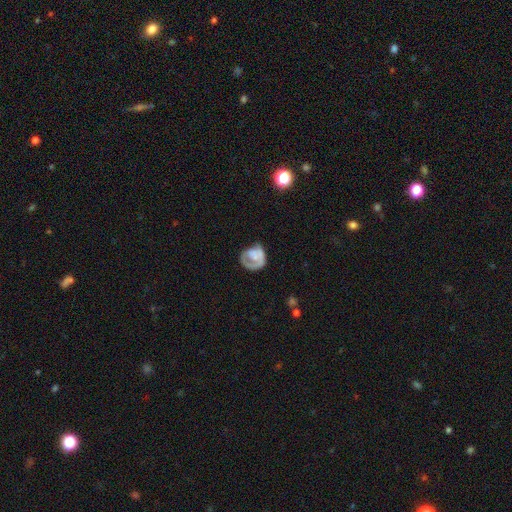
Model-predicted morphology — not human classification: smooth_or_featured: featured or disk (p=0.48) [alt: smooth p=0.45]
merging: none (p=0.42) [alt: major disturbance p=0.27]